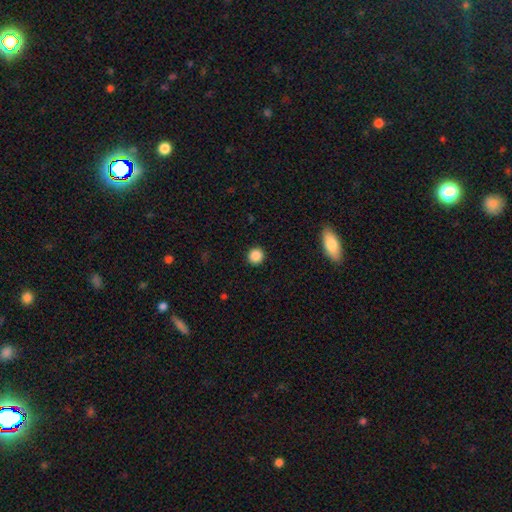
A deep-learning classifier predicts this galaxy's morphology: Smooth or featured? Predicted: smooth (p=0.87). How rounded? Predicted: round (p=0.93). Merging? Predicted: none (p=0.92).